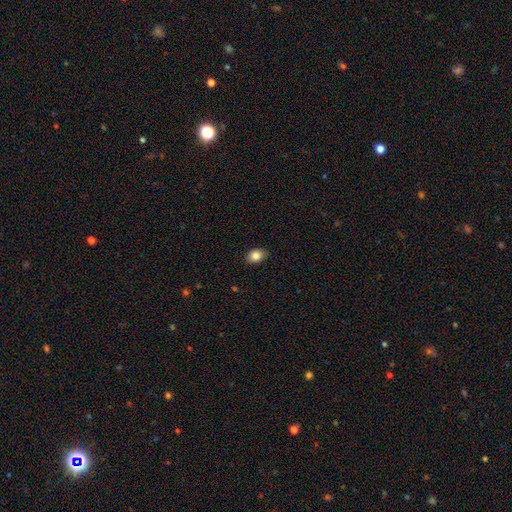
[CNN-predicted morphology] Smooth or featured?
  - smooth: 86% *
  - star or artifact: 9%
  - featured or disk: 6%
How rounded?
  - in between: 72% *
  - round: 27%
  - cigar-shaped: 1%
Merging?
  - none: 87% *
  - minor disturbance: 10%
  - major disturbance: 2%
  - merger: 1%